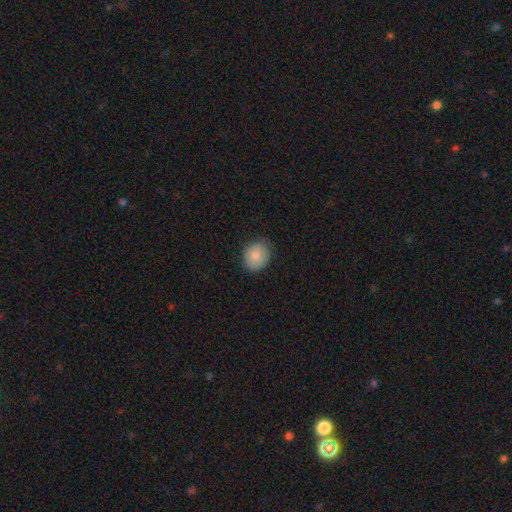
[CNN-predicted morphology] A smooth galaxy with no disk features (83%) that is round (61%). Merging: none (82%).